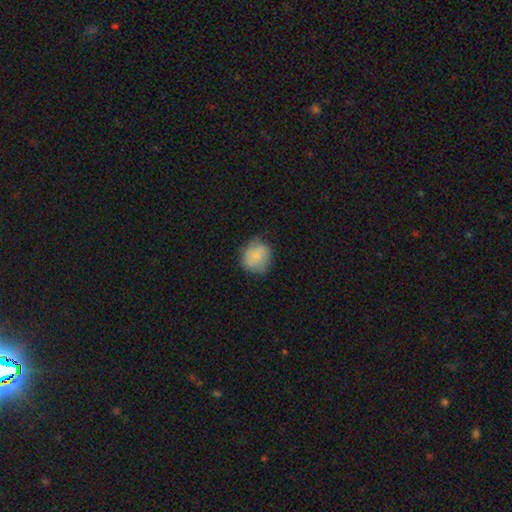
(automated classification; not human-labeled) smooth-or-featured: smooth: 78% | featured or disk: 15% | star or artifact: 7%
  how-rounded: round: 74% | in between: 25% | cigar-shaped: 1%
  merging: none: 67% | minor disturbance: 26% | major disturbance: 7% | merger: 1%